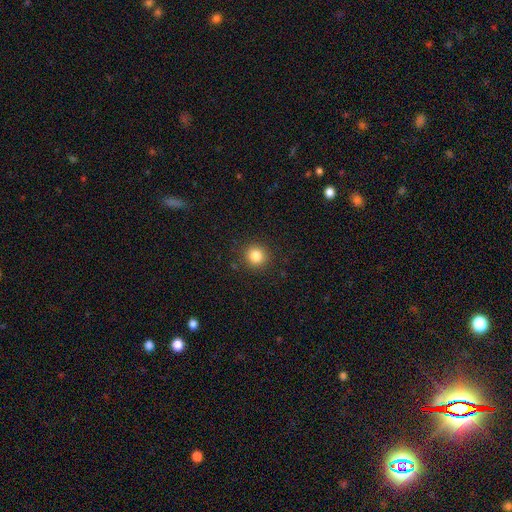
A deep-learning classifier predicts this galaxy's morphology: The model was most divided on "smooth or featured": smooth: 83%, star or artifact: 12%, featured or disk: 6%. More confident: how rounded — round (92%); merging — none (91%).